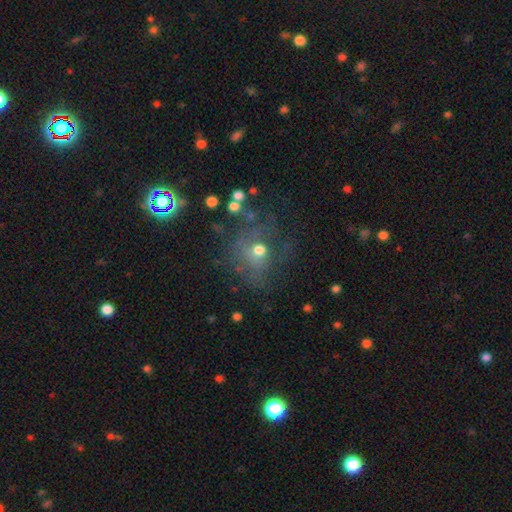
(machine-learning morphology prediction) Smooth or featured? smooth (41%)
Merging? none (61%)